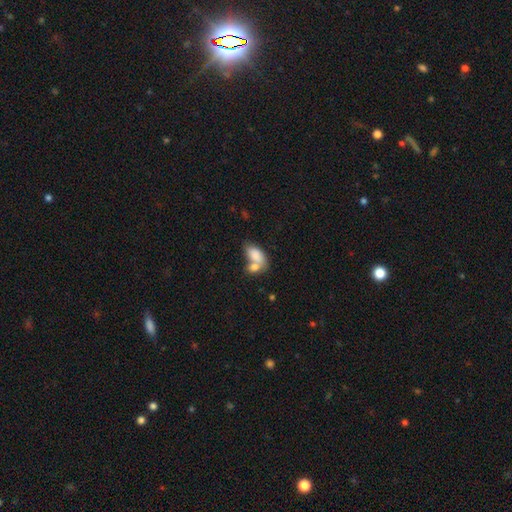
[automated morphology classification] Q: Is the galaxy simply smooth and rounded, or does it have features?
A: smooth — 81%.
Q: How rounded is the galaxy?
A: in between — 90%.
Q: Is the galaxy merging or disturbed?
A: merger — 59%.